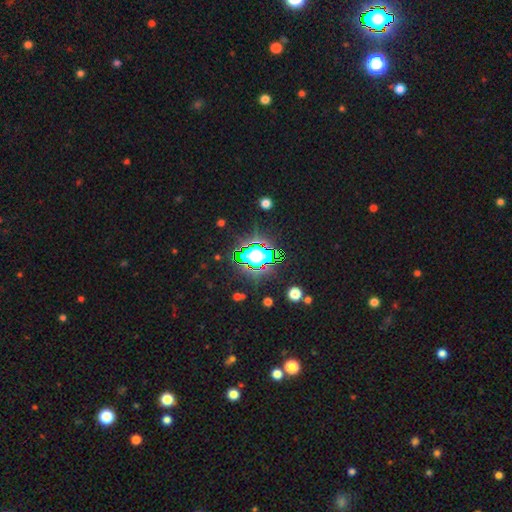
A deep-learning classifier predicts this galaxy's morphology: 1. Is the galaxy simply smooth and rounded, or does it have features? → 62% star or artifact, 26% smooth, 12% featured or disk.